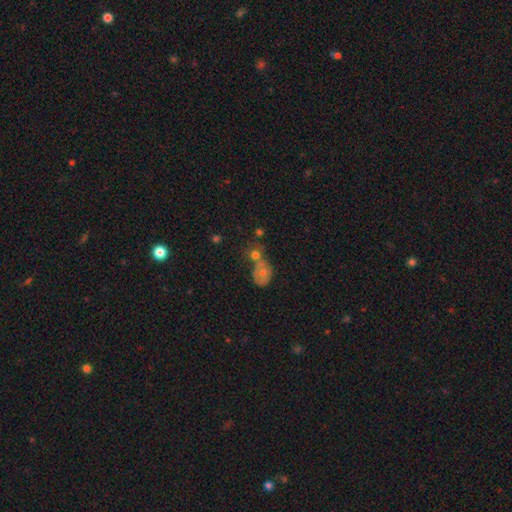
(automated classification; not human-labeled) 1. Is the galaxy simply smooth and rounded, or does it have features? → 51% smooth, 27% featured or disk, 22% star or artifact.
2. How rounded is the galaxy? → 70% round, 29% in between, 2% cigar-shaped.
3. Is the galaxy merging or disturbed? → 42% merger, 40% none, 11% minor disturbance, 7% major disturbance.